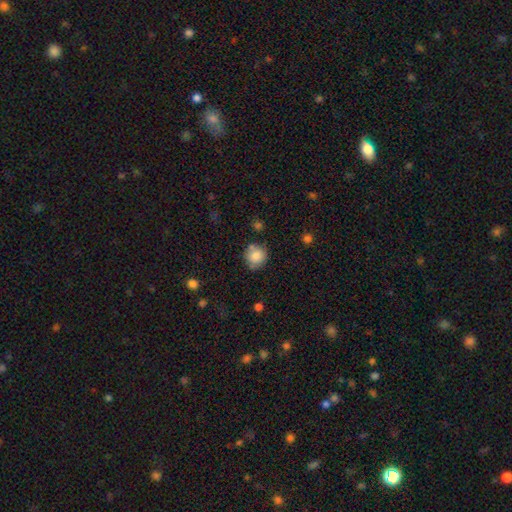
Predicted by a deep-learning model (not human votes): A smooth galaxy with no disk features (84%) that is round (90%).

Vote fractions:
- Smooth or featured? smooth: 84% / star or artifact: 9% / featured or disk: 7%
- How rounded? round: 90% / in between: 9% / cigar-shaped: 1%
- Merging? none: 75% / minor disturbance: 15% / merger: 6% / major disturbance: 4%